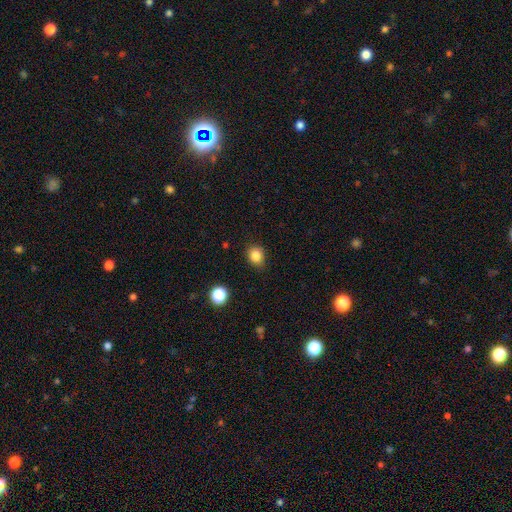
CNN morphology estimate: Q: Smooth or featured?
A: smooth (84%); runner-up: star or artifact (12%)
Q: How rounded?
A: round (62%); runner-up: in between (37%)
Q: Merging?
A: none (83%); runner-up: minor disturbance (13%)